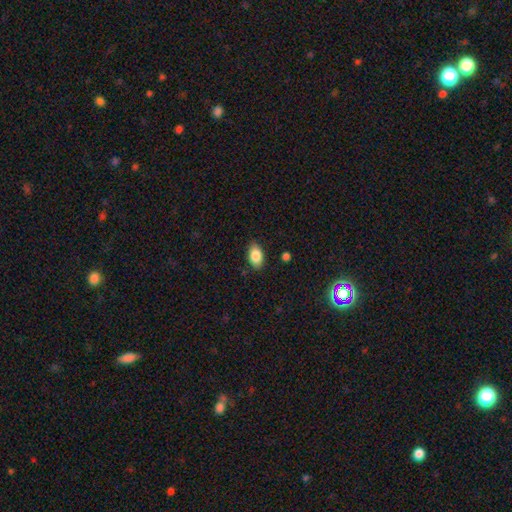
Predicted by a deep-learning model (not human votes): smooth 85%, star or artifact 8%, featured or disk 7%. Down the decision tree: how rounded — in between (91%); merging — none (85%).